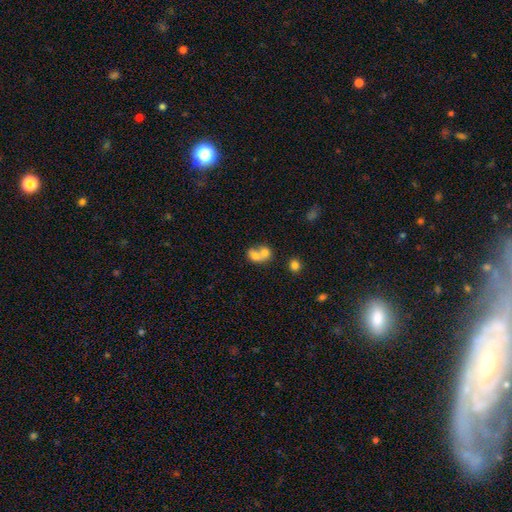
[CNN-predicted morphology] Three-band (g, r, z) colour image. It shows a smooth galaxy with no disk features (68%) that is in between round and cigar-shaped (51%). Merging: merger (74%).